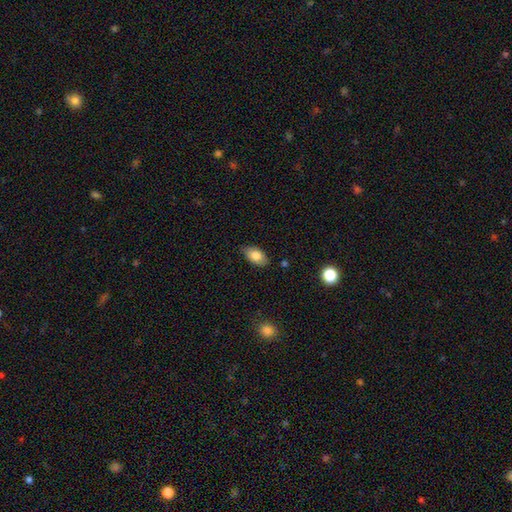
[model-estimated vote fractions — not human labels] Smooth or featured? smooth (81%)
How rounded? in between (92%)
Merging? none (81%)